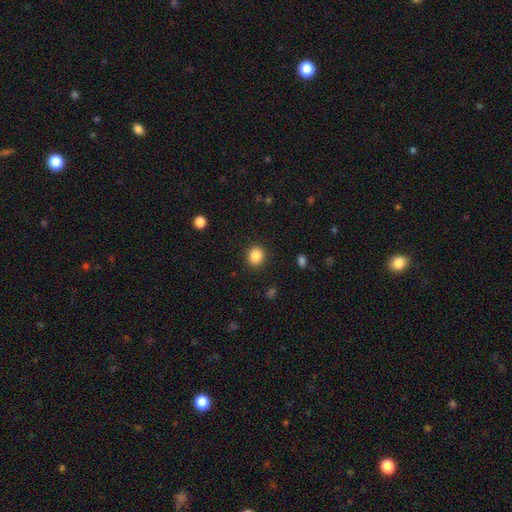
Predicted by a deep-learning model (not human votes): smooth 86%, star or artifact 10%, featured or disk 4%. Down the decision tree: how rounded — round (79%); merging — none (90%).